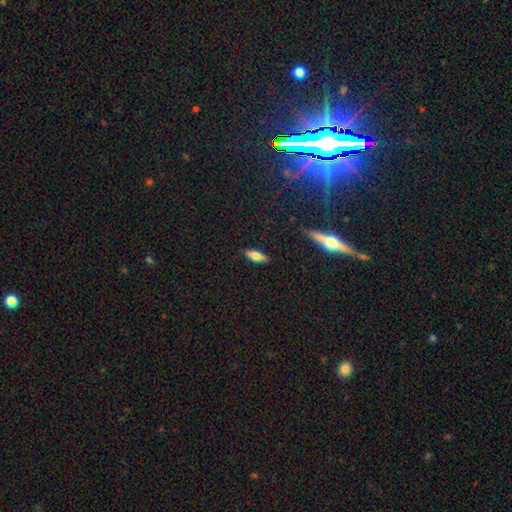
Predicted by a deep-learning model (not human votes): smooth 69%, featured or disk 23%, star or artifact 8%. Down the decision tree: how rounded — in between (58%); merging — none (87%).